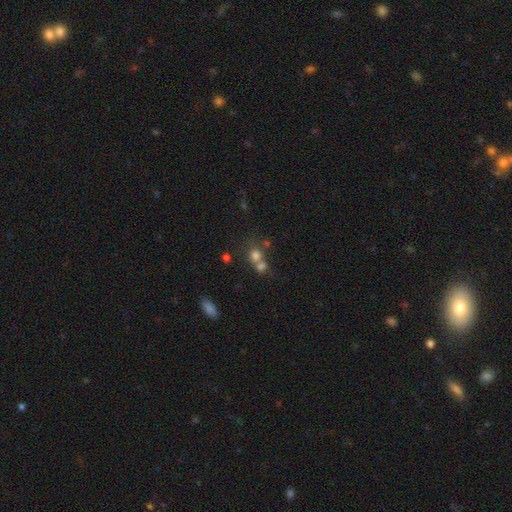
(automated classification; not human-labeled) smooth 71%, star or artifact 16%, featured or disk 13%. Down the decision tree: how rounded — round (81%); merging — merger (51%).